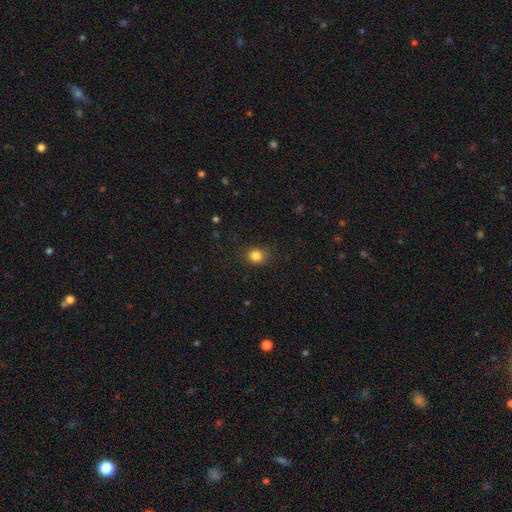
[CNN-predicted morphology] Overall: smooth (83%). How rounded: round (76%). Merging: none (81%).